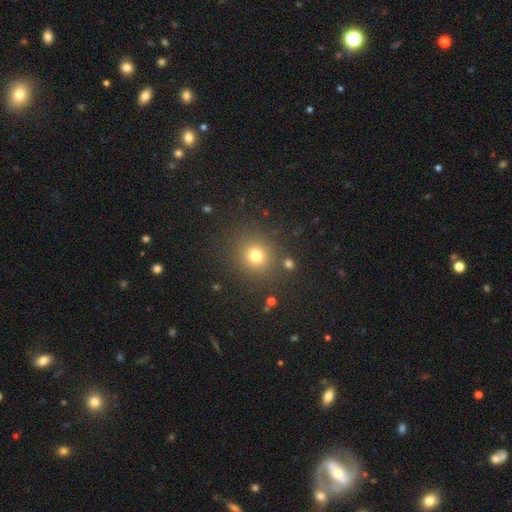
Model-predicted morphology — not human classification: This is likely a smooth galaxy (75%). How rounded: clearly round (88%). Merging: clearly none (85%).